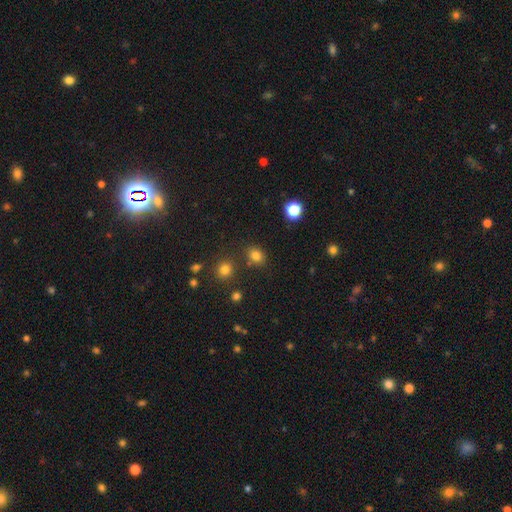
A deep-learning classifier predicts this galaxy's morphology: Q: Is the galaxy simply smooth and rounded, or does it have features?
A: smooth — 79%.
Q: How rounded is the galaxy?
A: round — 55%.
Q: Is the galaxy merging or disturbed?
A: none — 77%.